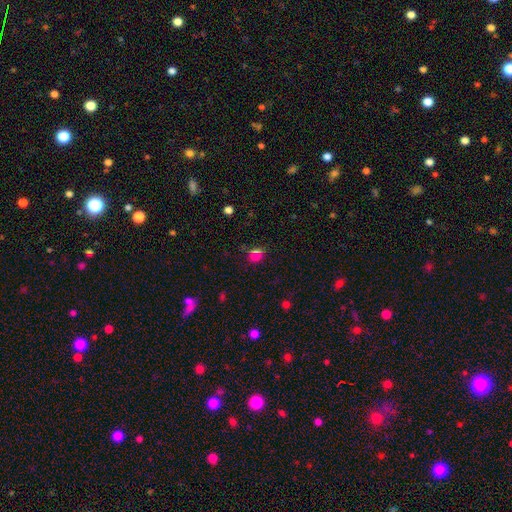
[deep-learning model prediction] A smooth galaxy with no disk features (56%) that is round (67%).

Vote fractions:
- Smooth or featured? smooth: 56% / star or artifact: 36% / featured or disk: 9%
- How rounded? round: 67% / in between: 30% / cigar-shaped: 3%
- Merging? none: 68% / merger: 15% / minor disturbance: 11% / major disturbance: 6%